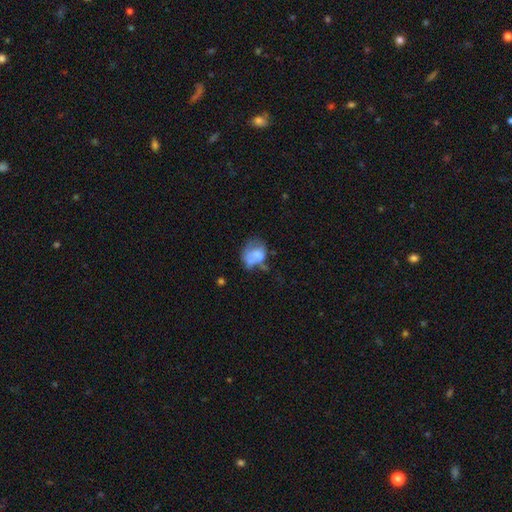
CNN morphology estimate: type=smooth (55%); roundness=in between (59%); merging=major disturbance (30%).